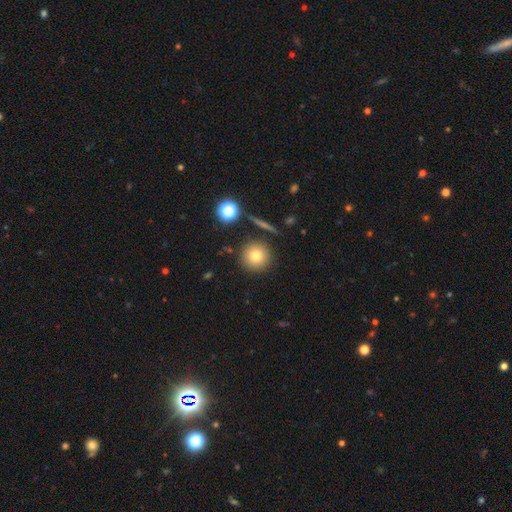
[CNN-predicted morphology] A smooth galaxy with no disk features (77%) that is round (95%).

Vote fractions:
- Smooth or featured? smooth: 77% / star or artifact: 12% / featured or disk: 10%
- How rounded? round: 95% / in between: 4% / cigar-shaped: 1%
- Merging? none: 86% / minor disturbance: 7% / merger: 4% / major disturbance: 3%